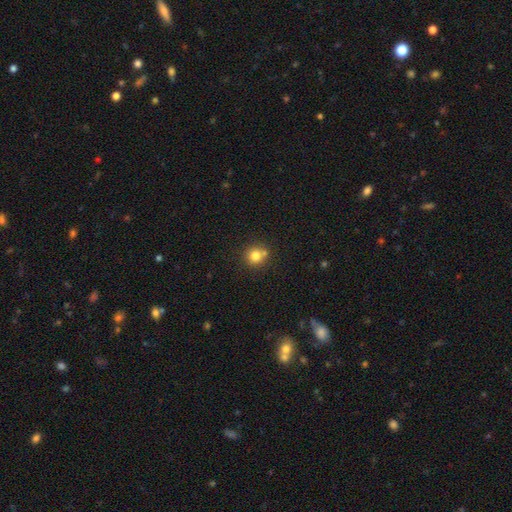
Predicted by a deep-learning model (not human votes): Smooth or featured?
  - smooth: 80% *
  - star or artifact: 12%
  - featured or disk: 8%
How rounded?
  - round: 90% *
  - in between: 9%
  - cigar-shaped: 1%
Merging?
  - none: 68% *
  - merger: 19%
  - minor disturbance: 10%
  - major disturbance: 3%